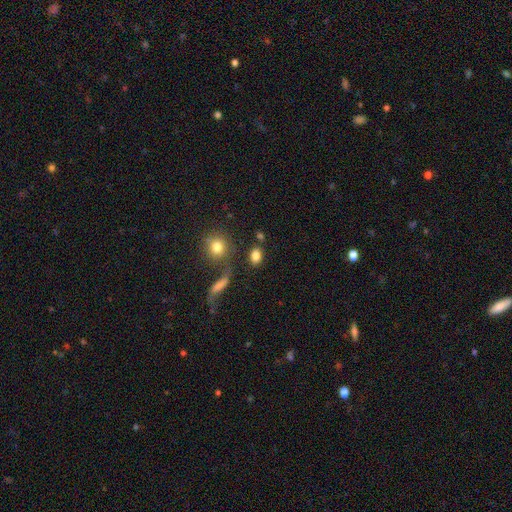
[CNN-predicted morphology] Q: Smooth or featured?
A: smooth (82%); runner-up: star or artifact (9%)
Q: How rounded?
A: in between (73%); runner-up: round (24%)
Q: Merging?
A: none (71%); runner-up: merger (11%)